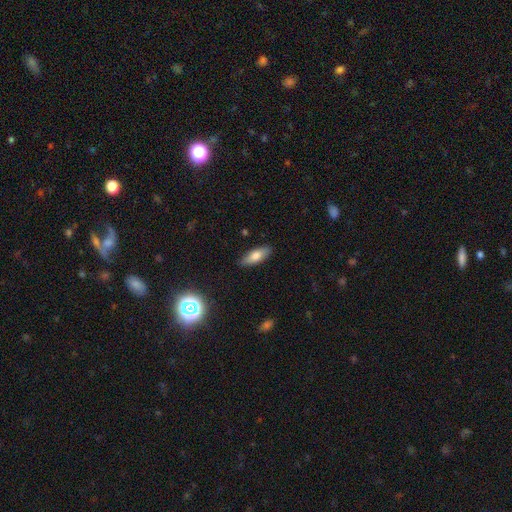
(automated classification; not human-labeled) Q: Smooth or featured?
A: smooth (73%); runner-up: featured or disk (19%)
Q: How rounded?
A: in between (68%); runner-up: cigar-shaped (29%)
Q: Merging?
A: none (87%); runner-up: minor disturbance (10%)